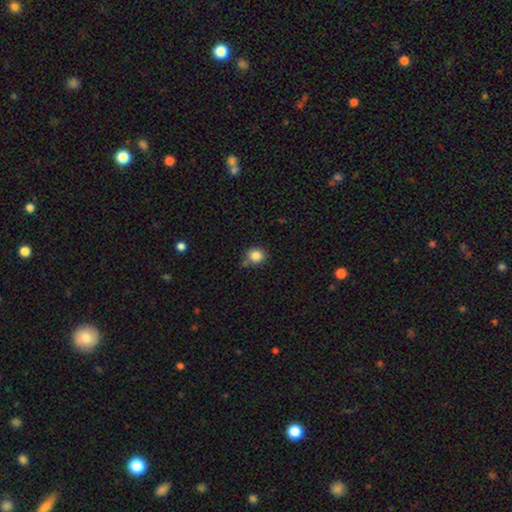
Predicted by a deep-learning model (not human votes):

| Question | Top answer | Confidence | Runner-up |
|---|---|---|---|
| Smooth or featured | smooth | 85% | star or artifact (10%) |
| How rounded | round | 85% | in between (14%) |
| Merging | none | 72% | minor disturbance (15%) |